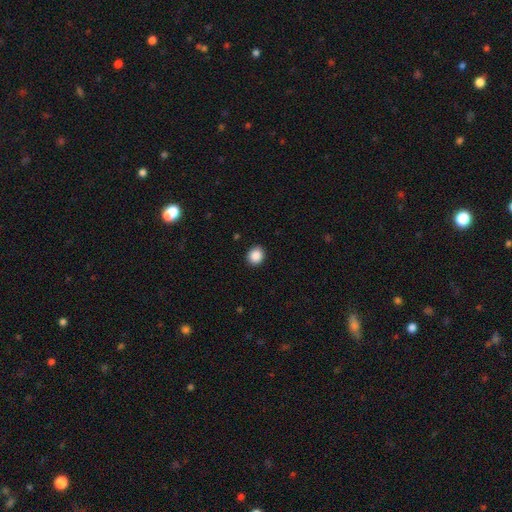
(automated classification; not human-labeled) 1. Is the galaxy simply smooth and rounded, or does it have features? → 89% smooth, 9% star or artifact, 3% featured or disk.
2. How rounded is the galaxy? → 73% round, 27% in between, 1% cigar-shaped.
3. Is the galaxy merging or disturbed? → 91% none, 6% minor disturbance, 2% major disturbance, 1% merger.